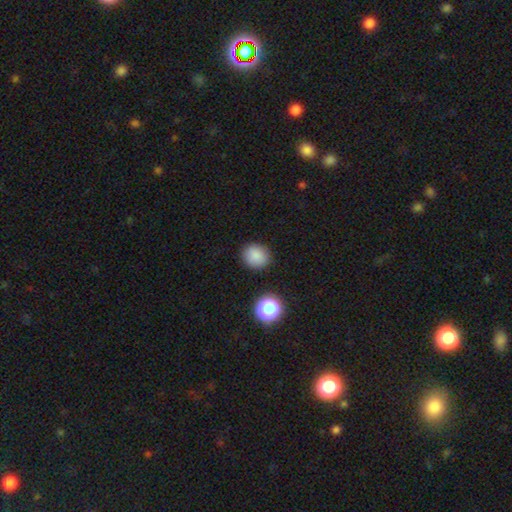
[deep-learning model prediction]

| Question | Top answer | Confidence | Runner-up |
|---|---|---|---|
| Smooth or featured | smooth | 85% | star or artifact (11%) |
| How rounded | round | 79% | in between (20%) |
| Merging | none | 87% | minor disturbance (8%) |